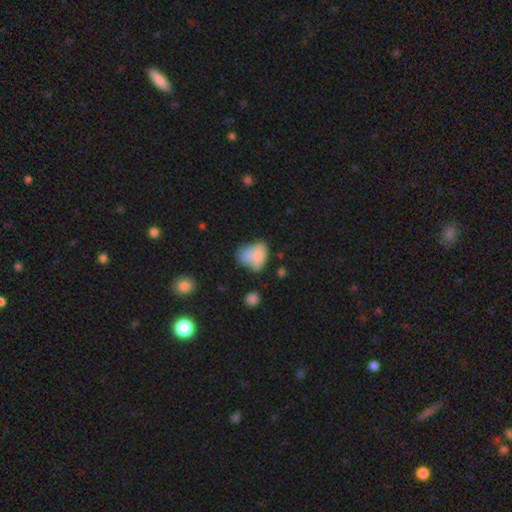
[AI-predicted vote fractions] Q: Smooth or featured?
A: smooth (73%); runner-up: featured or disk (17%)
Q: How rounded?
A: in between (73%); runner-up: round (26%)
Q: Merging?
A: minor disturbance (32%); runner-up: none (31%)